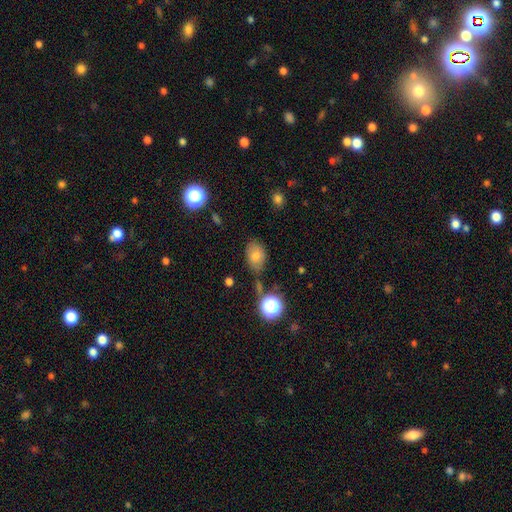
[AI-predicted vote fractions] Overall: smooth (77%). How rounded: in between (80%). Merging: none (65%).